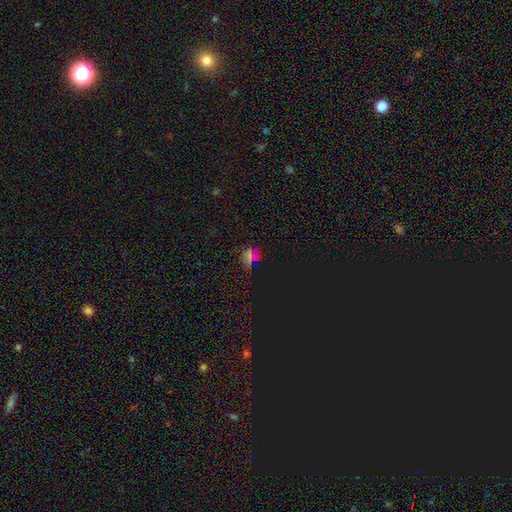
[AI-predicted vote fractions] This appears to be a star or artifact, not a galaxy (56%).